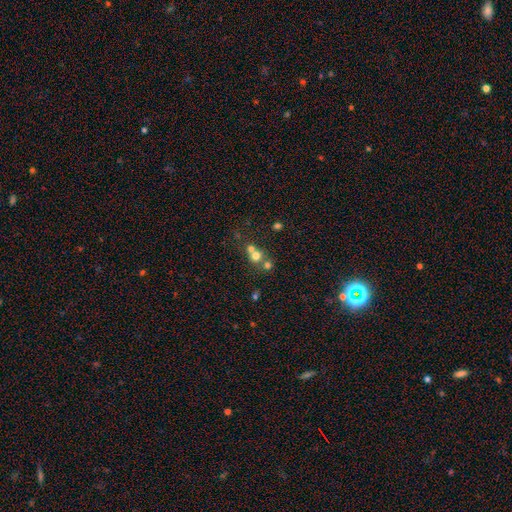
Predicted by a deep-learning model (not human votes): A smooth galaxy with no disk features (66%) that is round (84%).

Vote fractions:
- Smooth or featured? smooth: 66% / star or artifact: 18% / featured or disk: 16%
- How rounded? round: 84% / in between: 14% / cigar-shaped: 1%
- Merging? merger: 52% / none: 39% / minor disturbance: 5% / major disturbance: 3%